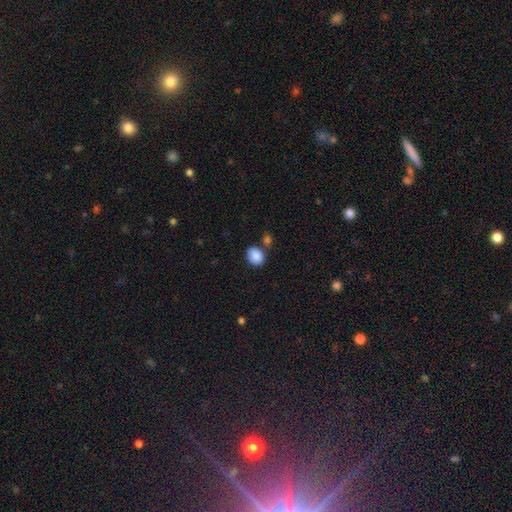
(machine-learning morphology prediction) Smooth or featured? Predicted: smooth (p=0.89). How rounded? Predicted: in between (p=0.55). Merging? Predicted: none (p=0.71).